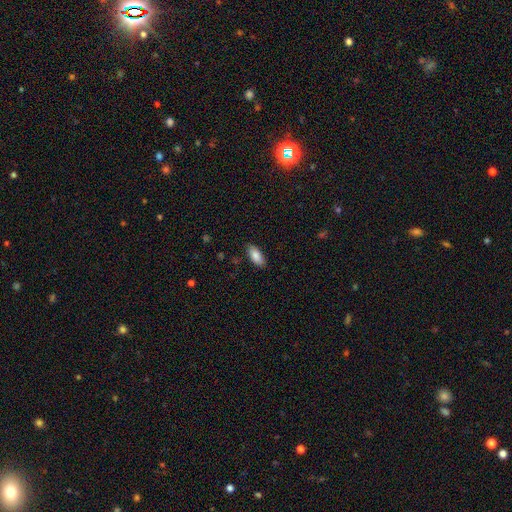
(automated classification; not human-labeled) Smooth or featured: smooth — 85% (featured or disk — 8%)
How rounded: in between — 86% (cigar-shaped — 12%)
Merging: none — 85% (minor disturbance — 11%)